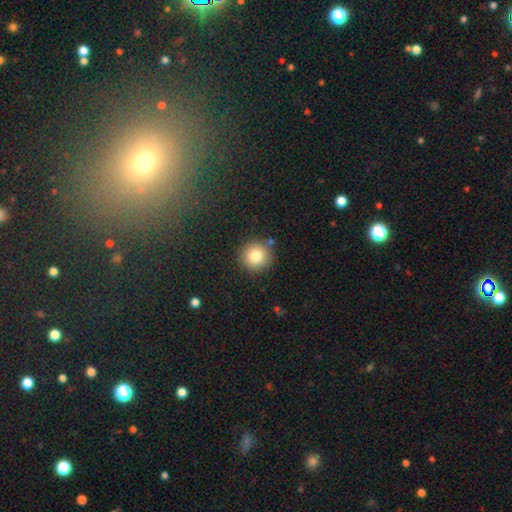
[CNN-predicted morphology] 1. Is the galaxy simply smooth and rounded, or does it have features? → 81% smooth, 11% star or artifact, 8% featured or disk.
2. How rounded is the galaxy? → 93% round, 6% in between, 1% cigar-shaped.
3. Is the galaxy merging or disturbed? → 86% none, 8% minor disturbance, 3% merger, 2% major disturbance.